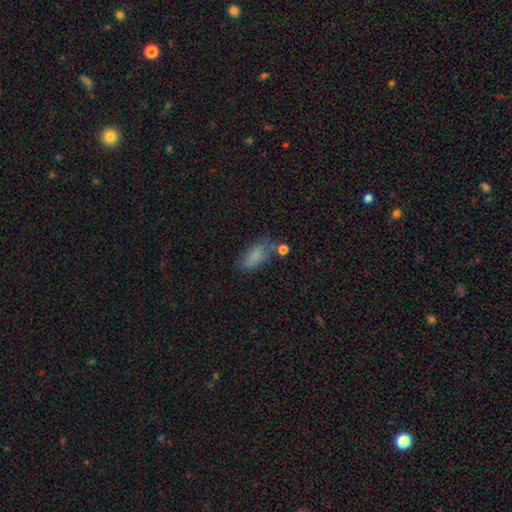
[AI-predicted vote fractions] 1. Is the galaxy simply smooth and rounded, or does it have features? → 78% smooth, 11% featured or disk, 10% star or artifact.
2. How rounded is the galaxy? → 84% in between, 12% cigar-shaped, 4% round.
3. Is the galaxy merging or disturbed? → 55% none, 25% minor disturbance, 10% major disturbance, 10% merger.